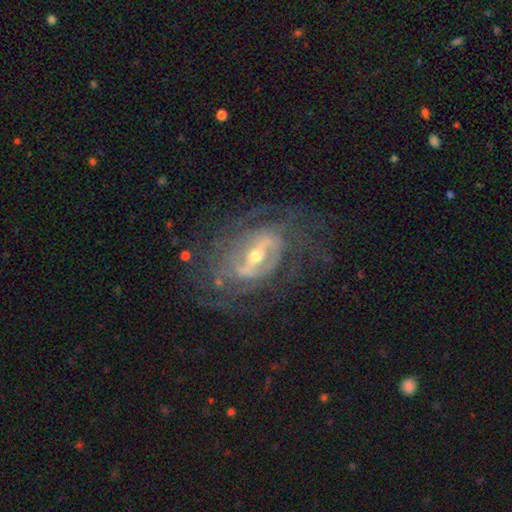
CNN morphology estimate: A featured or disk galaxy (87%) with a strong bar (52%), tight (55%) spiral arms (90%) and a moderate central bulge (51%).

Vote fractions:
- Smooth or featured? featured or disk: 87% / star or artifact: 7% / smooth: 6%
- Edge-on disk? no: 94% / yes: 6%
- Bar? strong: 52% / weak: 35% / no: 14%
- Spiral arms? yes: 90% / no: 10%
- Spiral winding? tight: 55% / medium: 33% / loose: 13%
- Spiral arm count? can't tell: 38% / 2: 27% / 3: 14% / 4: 9% / more than 4: 6% / 1: 5%
- Bulge size? moderate: 51% / small: 44% / large: 4% / none: 1% / dominant: 1%
- Merging? none: 67% / minor disturbance: 17% / major disturbance: 15% / merger: 2%